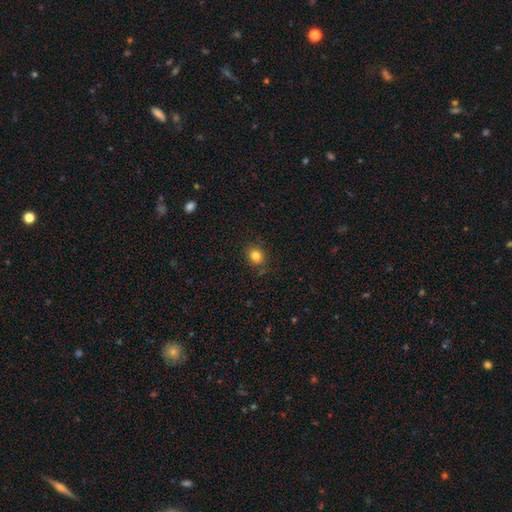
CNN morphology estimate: type=smooth (80%); roundness=round (72%); merging=none (81%).